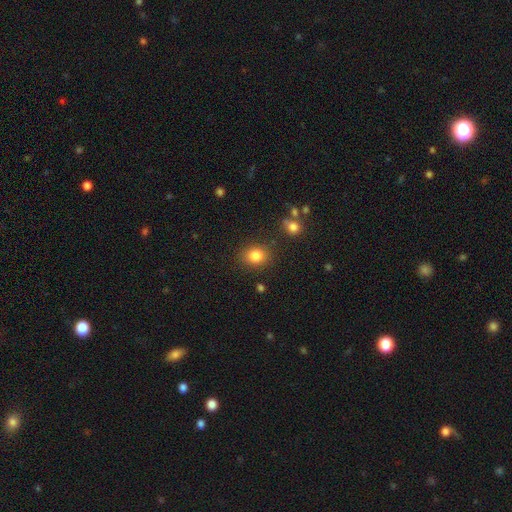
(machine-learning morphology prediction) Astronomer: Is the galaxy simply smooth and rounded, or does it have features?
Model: smooth — 83%.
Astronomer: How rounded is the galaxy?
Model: round — 63%.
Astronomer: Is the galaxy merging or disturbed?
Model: none — 83%.